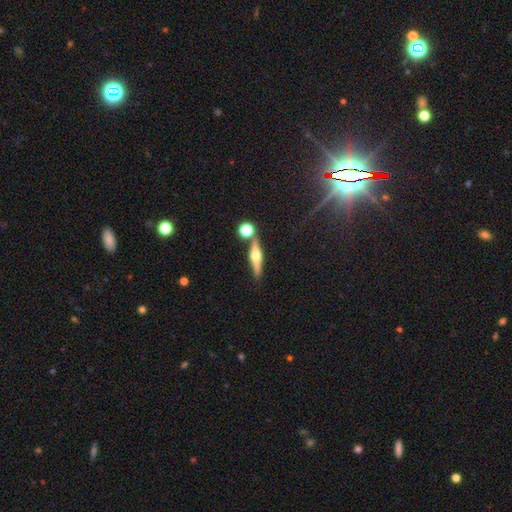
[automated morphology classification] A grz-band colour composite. It shows a featured or disk galaxy (66%) viewed edge-on (95%) with a rounded central bulge (95%). Merging: none (77%).